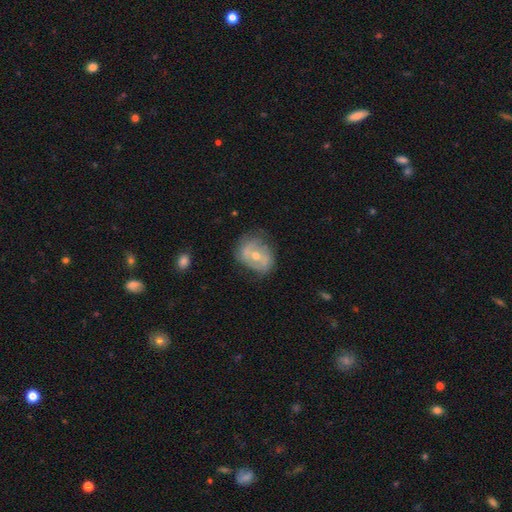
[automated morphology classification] A featured or disk galaxy (66%) with no bar (48%), spiral arms (67%) and a moderate central bulge (60%). Merging: none (62%).